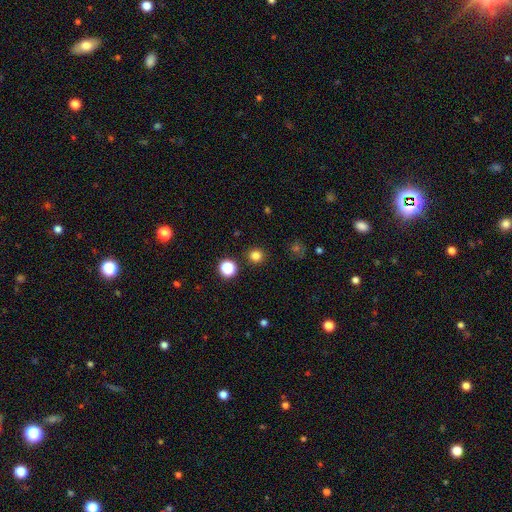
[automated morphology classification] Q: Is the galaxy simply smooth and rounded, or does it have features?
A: smooth — 79%.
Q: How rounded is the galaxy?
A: round — 95%.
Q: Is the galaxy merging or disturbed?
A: none — 91%.